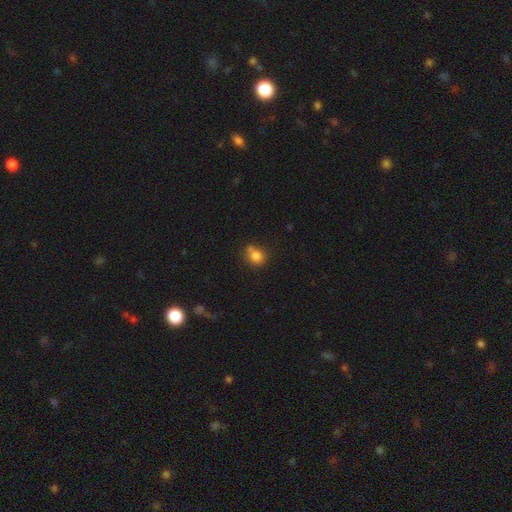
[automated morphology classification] The model was most divided on "how rounded": round: 60%, in between: 39%, cigar-shaped: 1%. More confident: smooth or featured — smooth (79%); merging — none (52%).